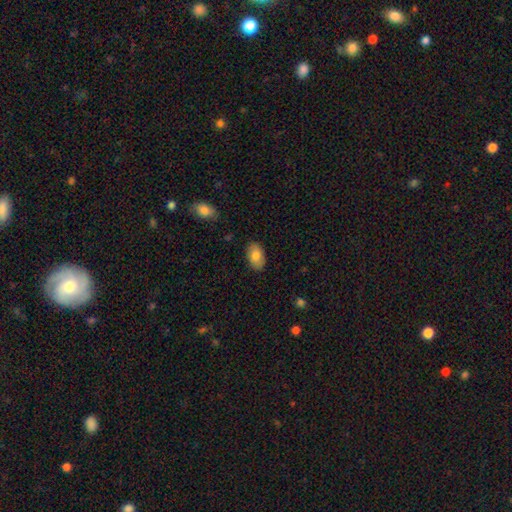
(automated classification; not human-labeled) Smooth or featured? Predicted: smooth (p=0.78). How rounded? Predicted: in between (p=0.92). Merging? Predicted: none (p=0.87).